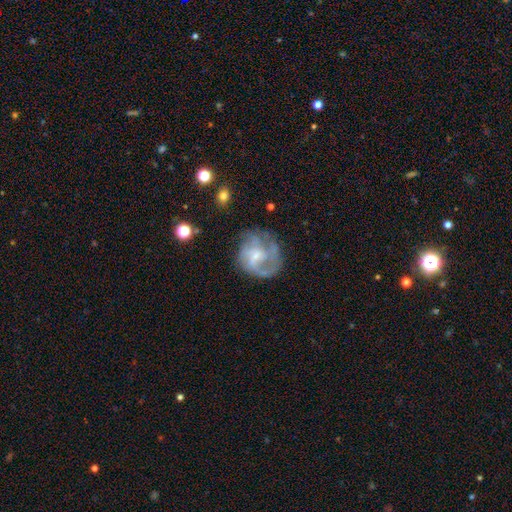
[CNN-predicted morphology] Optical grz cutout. It shows a featured or disk galaxy (72%) with no bar (58%), medium (42%) spiral arms (83%) and a small central bulge (60%). Merging: none (58%).